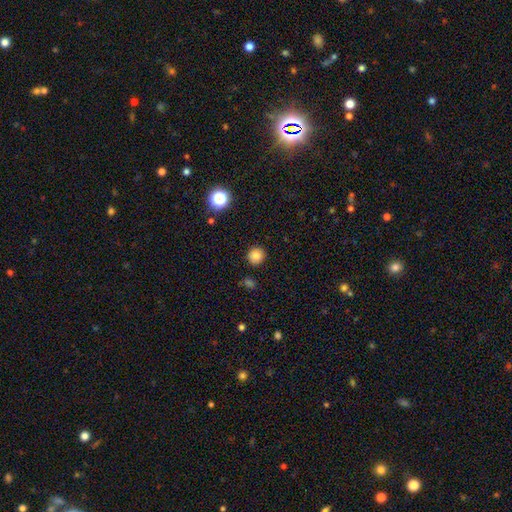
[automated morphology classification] Smooth or featured: smooth — 82% (star or artifact — 13%)
How rounded: round — 93% (in between — 6%)
Merging: none — 90% (minor disturbance — 7%)